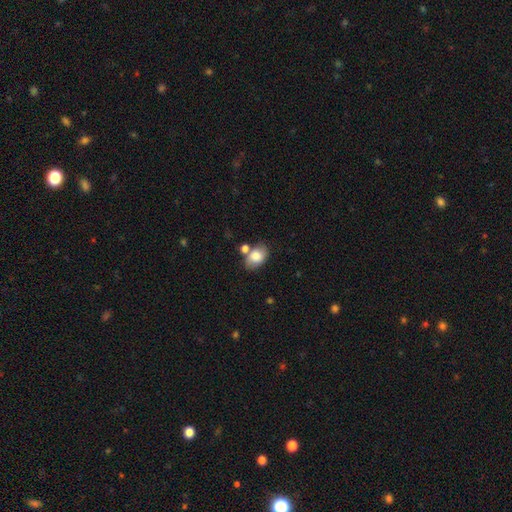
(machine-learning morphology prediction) This appears to be a smooth galaxy with no disk features (76%) that is in between round and cigar-shaped (78%). Merging: none (55%).